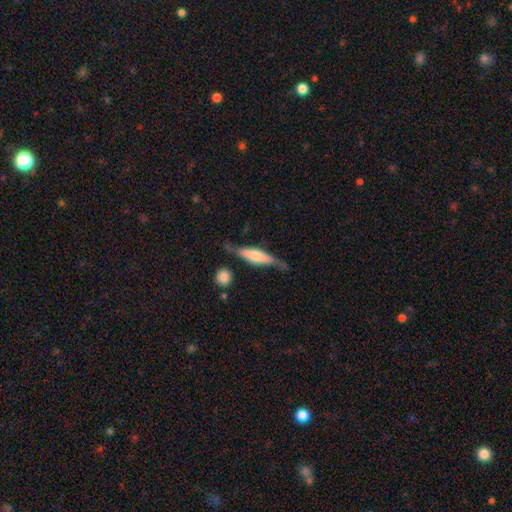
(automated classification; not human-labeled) This appears to be a featured or disk galaxy (58%) viewed edge-on (89%) with a rounded central bulge (49%). Merging: none (66%).